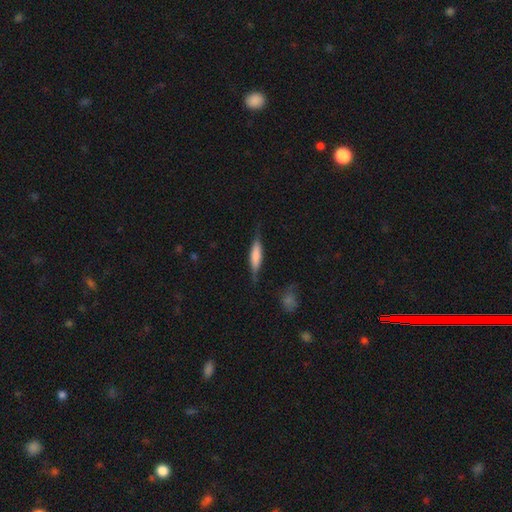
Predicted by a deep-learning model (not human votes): Smooth or featured? Predicted: smooth (p=0.61). How rounded? Predicted: cigar-shaped (p=0.74). Merging? Predicted: none (p=0.73).